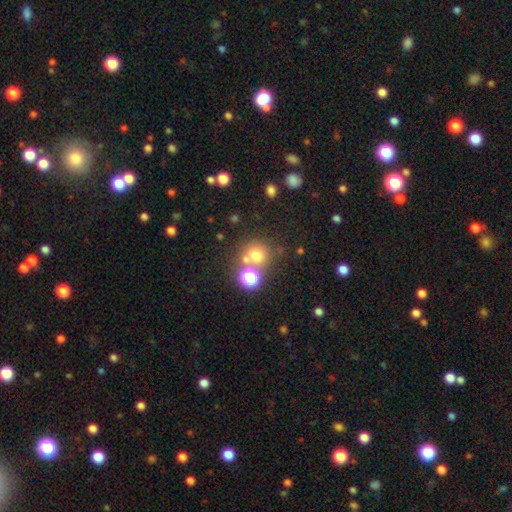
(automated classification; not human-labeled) This is likely a smooth galaxy (67%). How rounded: clearly round (87%). Merging: possibly none (59%).